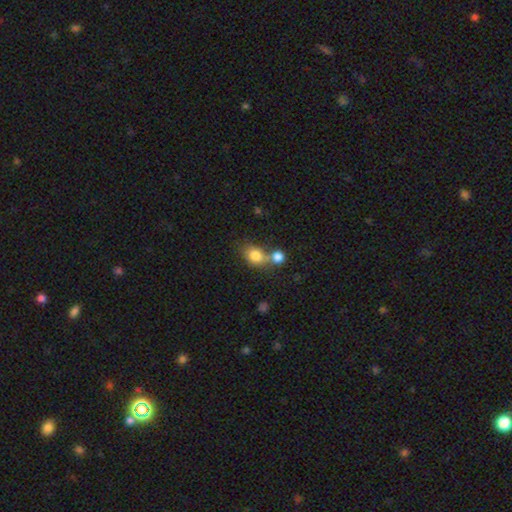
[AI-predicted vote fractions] Morphology: type=smooth (81%); roundness=in between (52%); merging=merger (45%).